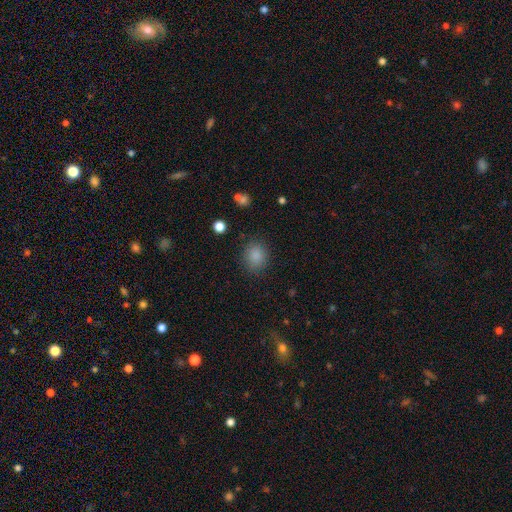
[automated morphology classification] smooth 85%, star or artifact 10%, featured or disk 4%. Down the decision tree: how rounded — round (71%); merging — none (85%).